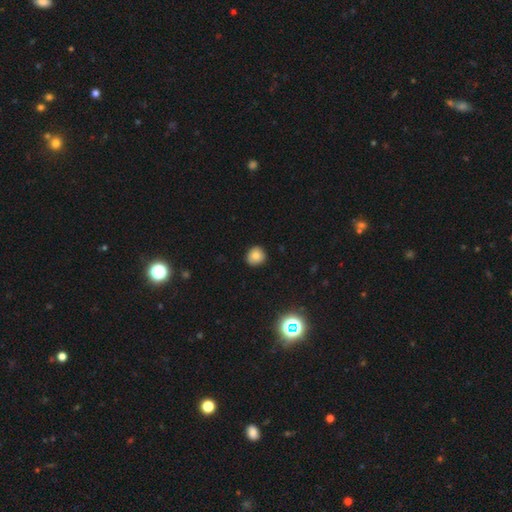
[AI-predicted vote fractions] Overall: smooth (78%). How rounded: round (89%). Merging: none (87%).